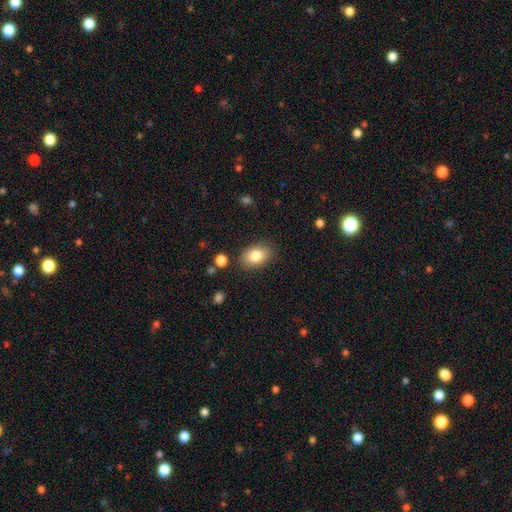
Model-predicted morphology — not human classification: Overall: smooth (82%). How rounded: in between (82%). Merging: none (84%).